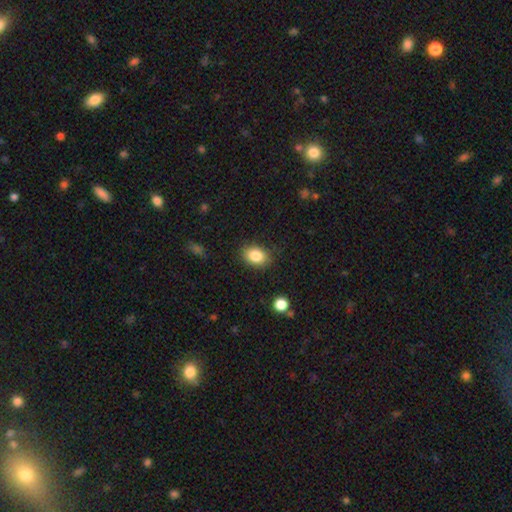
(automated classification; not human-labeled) Smooth or featured?
  - smooth: 85% *
  - star or artifact: 9%
  - featured or disk: 6%
How rounded?
  - in between: 72% *
  - round: 27%
  - cigar-shaped: 1%
Merging?
  - none: 85% *
  - minor disturbance: 11%
  - major disturbance: 3%
  - merger: 1%